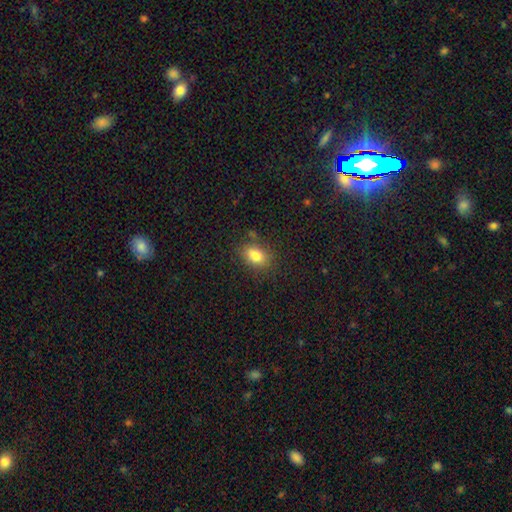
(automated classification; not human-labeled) Smooth or featured: smooth — 81% (star or artifact — 11%)
How rounded: in between — 78% (round — 20%)
Merging: none — 77% (minor disturbance — 15%)